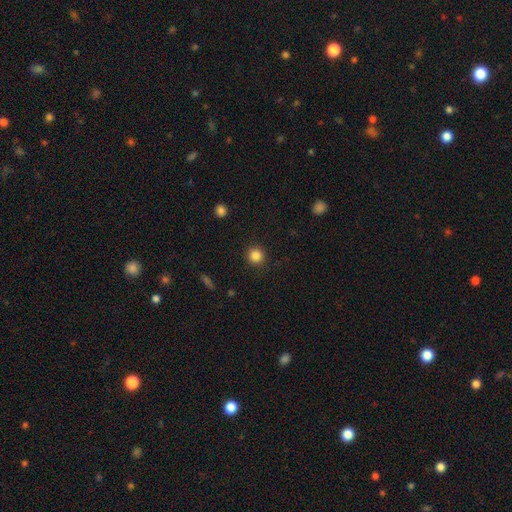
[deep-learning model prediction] The model was most divided on "smooth or featured": smooth: 85%, star or artifact: 11%, featured or disk: 4%. More confident: how rounded — round (94%); merging — none (91%).